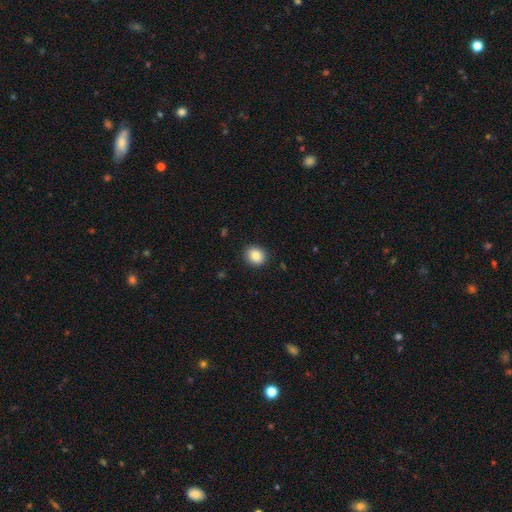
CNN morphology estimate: This is clearly a smooth galaxy (87%). How rounded: likely round (62%). Merging: clearly none (89%).